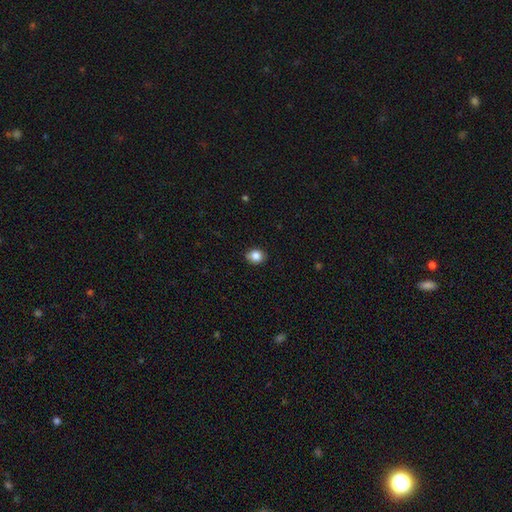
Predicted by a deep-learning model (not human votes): A smooth galaxy with no disk features (85%) that is round (70%).

Vote fractions:
- Smooth or featured? smooth: 85% / star or artifact: 10% / featured or disk: 5%
- How rounded? round: 70% / in between: 29% / cigar-shaped: 1%
- Merging? none: 81% / minor disturbance: 15% / major disturbance: 2% / merger: 1%